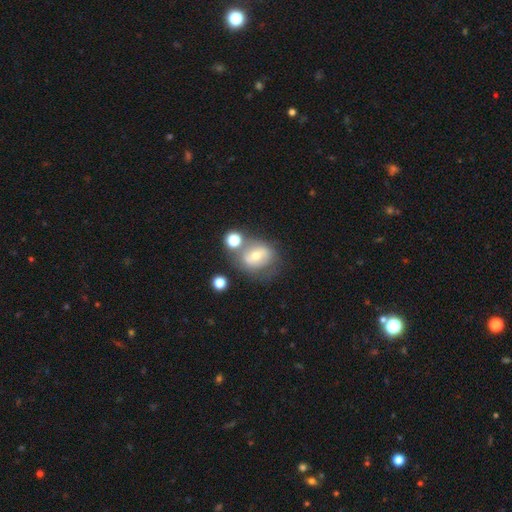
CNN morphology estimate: type=smooth (46%); merging=none (52%).